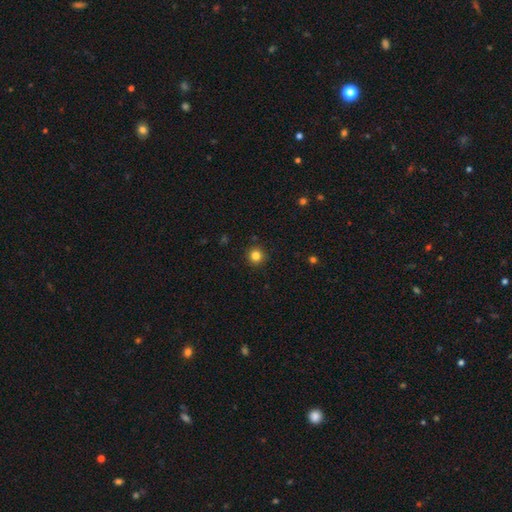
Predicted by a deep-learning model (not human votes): Smooth or featured? Predicted: smooth (p=0.83). How rounded? Predicted: round (p=0.95). Merging? Predicted: none (p=0.92).